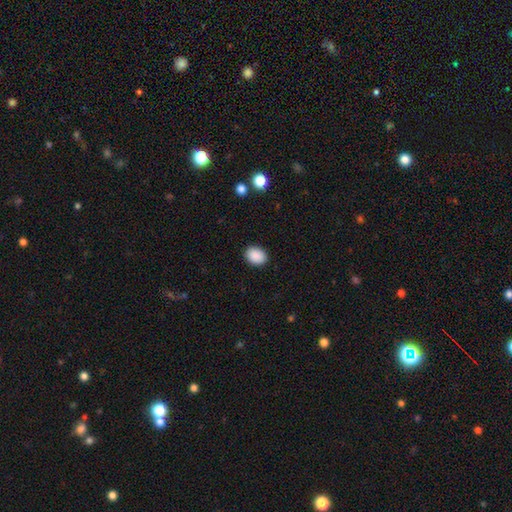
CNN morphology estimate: type=smooth (90%); roundness=in between (68%); merging=none (90%).